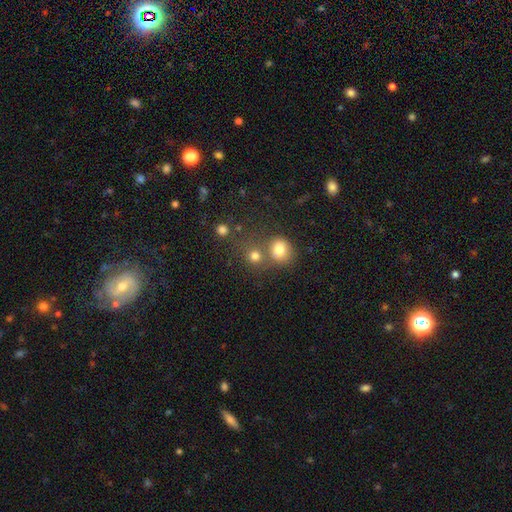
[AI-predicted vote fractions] Q: Smooth or featured?
A: smooth (68%); runner-up: star or artifact (22%)
Q: How rounded?
A: round (79%); runner-up: in between (20%)
Q: Merging?
A: none (51%); runner-up: merger (36%)